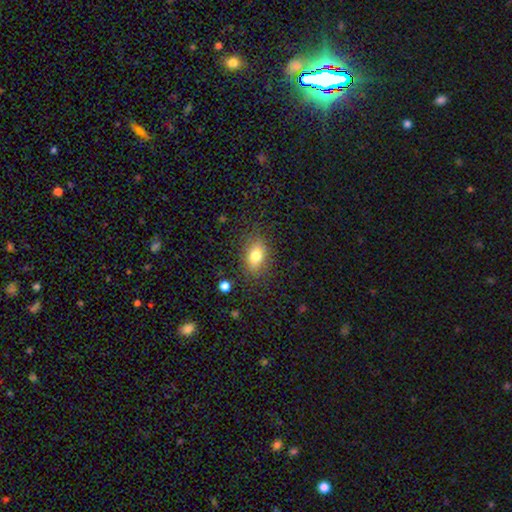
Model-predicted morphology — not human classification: Q: Smooth or featured?
A: smooth (78%); runner-up: featured or disk (11%)
Q: How rounded?
A: in between (77%); runner-up: round (21%)
Q: Merging?
A: none (82%); runner-up: minor disturbance (13%)